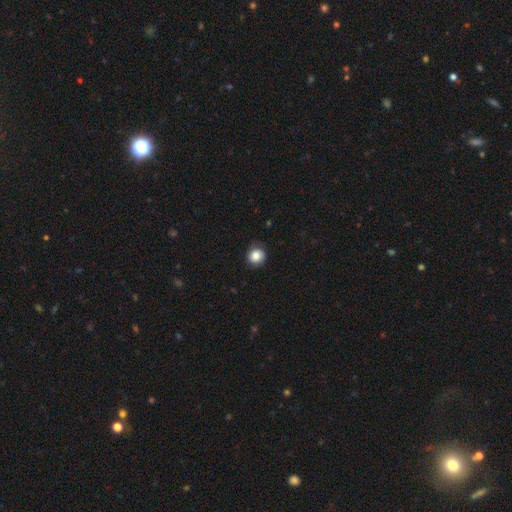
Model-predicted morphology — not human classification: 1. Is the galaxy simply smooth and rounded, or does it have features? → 82% smooth, 9% featured or disk, 9% star or artifact.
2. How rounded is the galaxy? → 85% round, 14% in between, 1% cigar-shaped.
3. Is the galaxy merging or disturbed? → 77% none, 18% minor disturbance, 4% major disturbance, 1% merger.